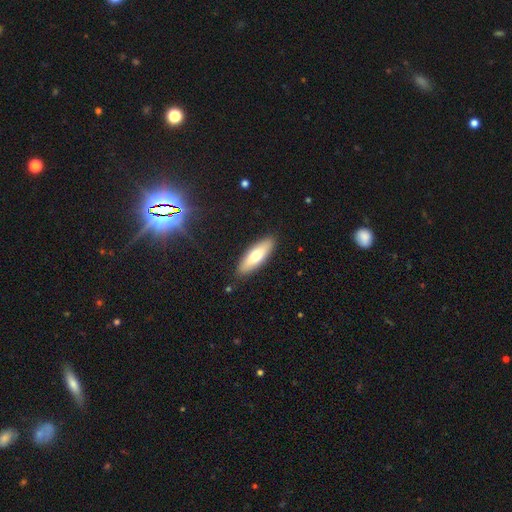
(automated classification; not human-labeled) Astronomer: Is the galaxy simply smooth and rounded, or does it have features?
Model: smooth — 67%.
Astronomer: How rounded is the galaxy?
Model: in between — 52% (runner-up: cigar-shaped, 46%).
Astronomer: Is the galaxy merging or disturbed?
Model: none — 88%.